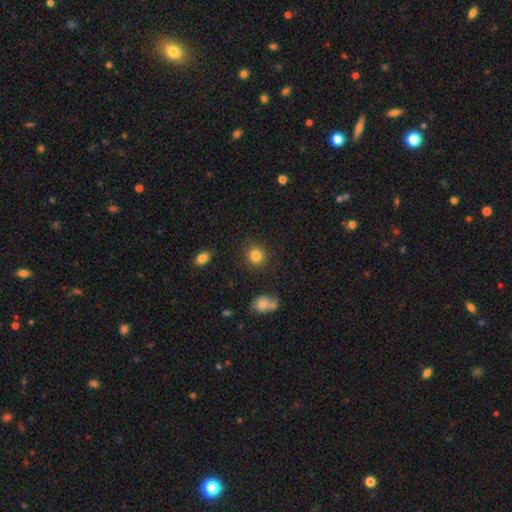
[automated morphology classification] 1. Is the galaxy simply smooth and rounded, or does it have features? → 84% smooth, 10% star or artifact, 6% featured or disk.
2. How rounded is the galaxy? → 87% round, 12% in between, 1% cigar-shaped.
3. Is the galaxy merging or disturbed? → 87% none, 8% minor disturbance, 3% major disturbance, 3% merger.